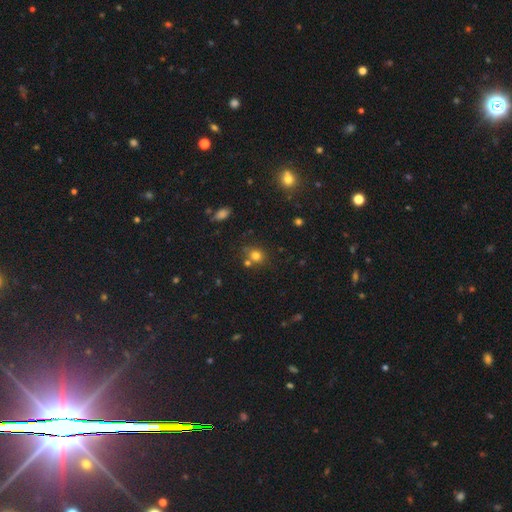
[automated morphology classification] A smooth galaxy with no disk features (75%) that is round (78%). Merging: none (64%).